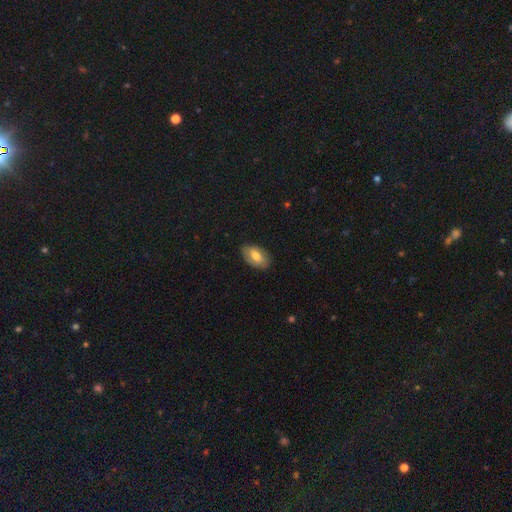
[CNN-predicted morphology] This appears to be a smooth galaxy with no disk features (69%) that is in between round and cigar-shaped (92%). Merging: none (82%).